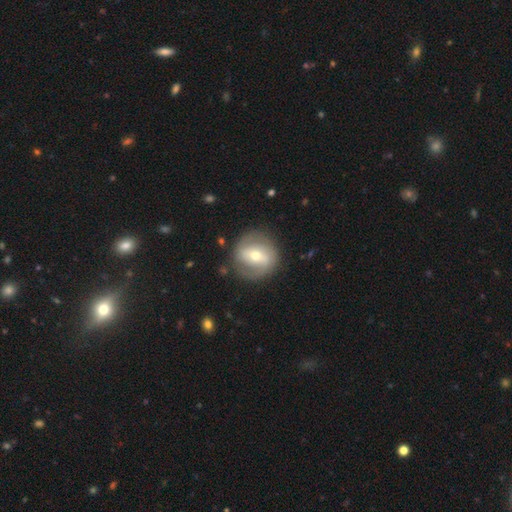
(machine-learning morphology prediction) The model was most divided on "bar": strong: 37%, weak: 36%, no: 27%. More confident: edge-on disk — no (95%); merging — none (81%); smooth or featured — featured or disk (59%); spiral arms — yes (57%); bulge size — moderate (54%).